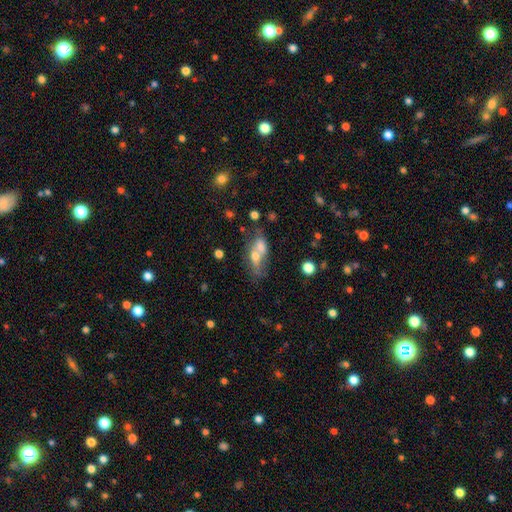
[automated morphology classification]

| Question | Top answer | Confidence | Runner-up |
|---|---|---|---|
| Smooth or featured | smooth | 50% | featured or disk (35%) |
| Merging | merger | 53% | none (29%) |